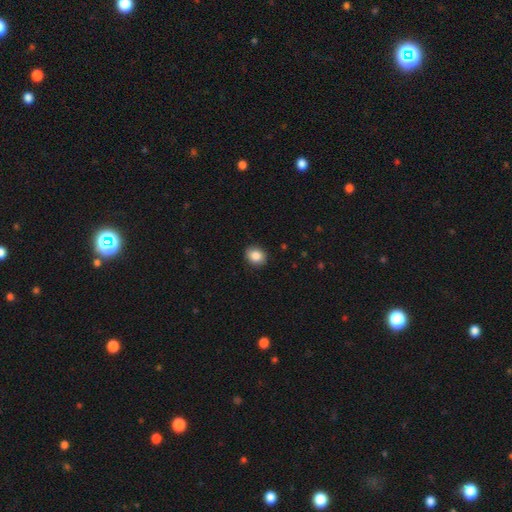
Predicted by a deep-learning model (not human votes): A smooth galaxy with no disk features (86%) that is round (58%). Merging: none (89%).